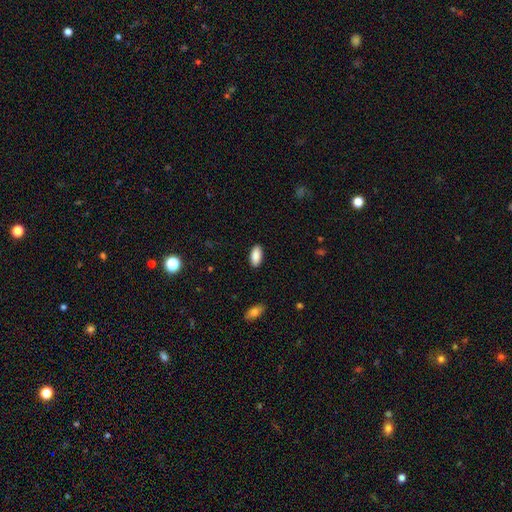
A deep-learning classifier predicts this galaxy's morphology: smooth-or-featured: smooth: 89% | star or artifact: 7% | featured or disk: 4%
  how-rounded: in between: 91% | cigar-shaped: 7% | round: 2%
  merging: none: 89% | minor disturbance: 8% | major disturbance: 2% | merger: 1%